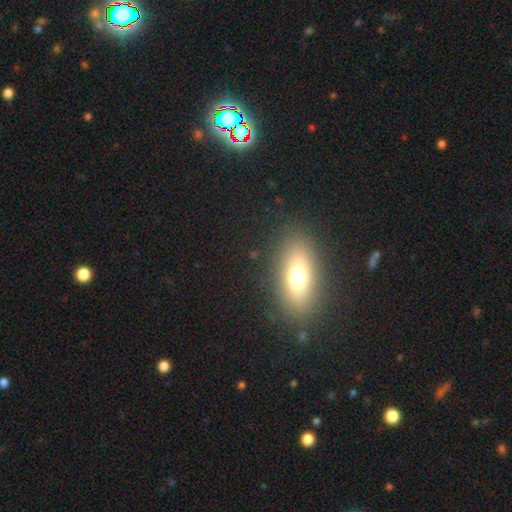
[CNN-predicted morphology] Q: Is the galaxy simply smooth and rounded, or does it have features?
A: smooth — 61%.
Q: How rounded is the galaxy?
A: in between — 73%.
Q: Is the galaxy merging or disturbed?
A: none — 87%.